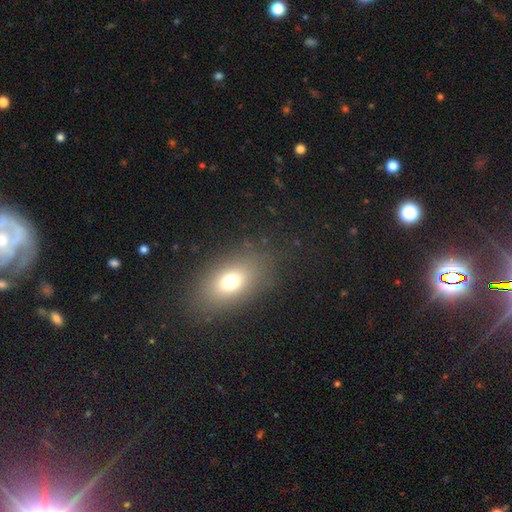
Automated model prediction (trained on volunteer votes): smooth_or_featured: smooth (p=0.61) [alt: star or artifact p=0.24]
how_rounded: in between (p=0.80) [alt: round p=0.16]
merging: none (p=0.87) [alt: minor disturbance p=0.08]